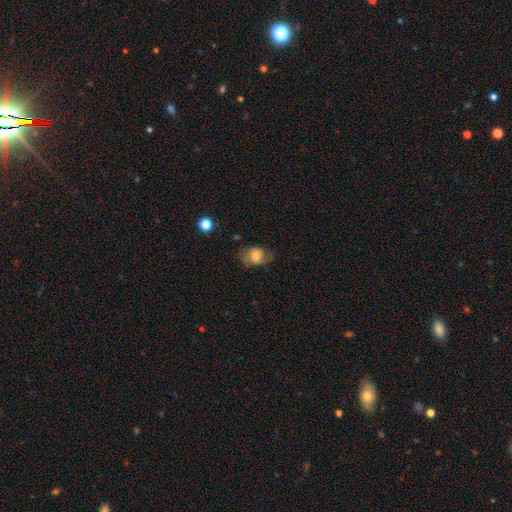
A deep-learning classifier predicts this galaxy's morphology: Smooth or featured? Predicted: smooth (p=0.58). How rounded? Predicted: in between (p=0.66). Merging? Predicted: none (p=0.60).